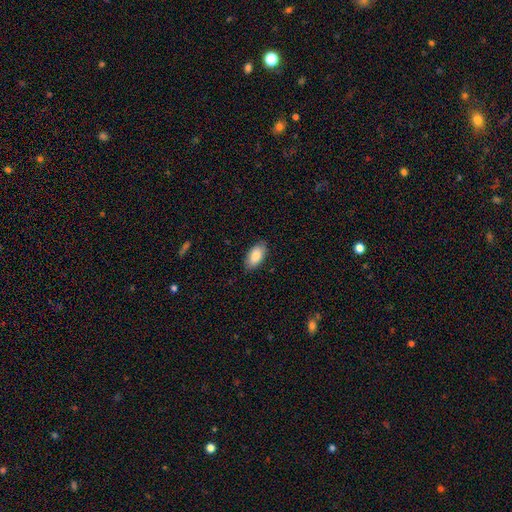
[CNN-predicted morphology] Smooth or featured? Predicted: smooth (p=0.86). How rounded? Predicted: in between (p=0.94). Merging? Predicted: none (p=0.84).